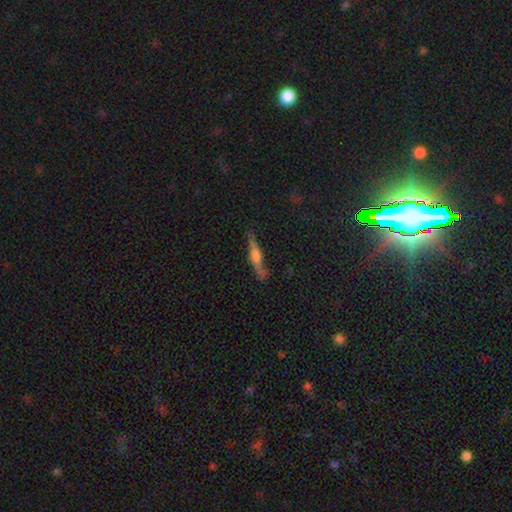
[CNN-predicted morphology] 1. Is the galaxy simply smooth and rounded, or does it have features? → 63% featured or disk, 29% smooth, 8% star or artifact.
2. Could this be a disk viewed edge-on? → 94% yes, 6% no.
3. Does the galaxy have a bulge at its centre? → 73% rounded, 18% boxy, 8% none.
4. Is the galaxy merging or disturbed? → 78% none, 16% minor disturbance, 4% major disturbance, 2% merger.